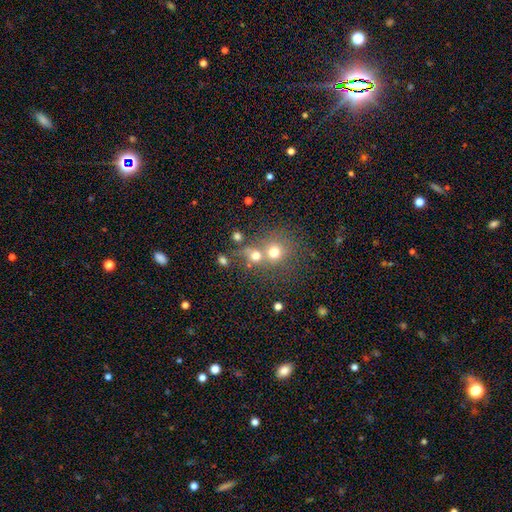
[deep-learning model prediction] Smooth or featured? smooth (69%)
How rounded? round (80%)
Merging? merger (44%)